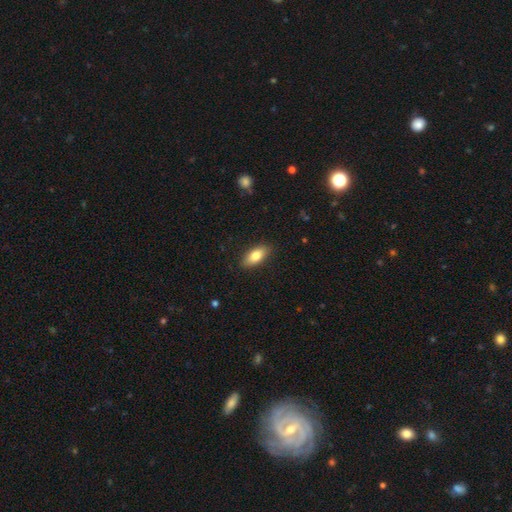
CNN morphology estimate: Overall: smooth (81%). How rounded: in between (87%). Merging: none (87%).